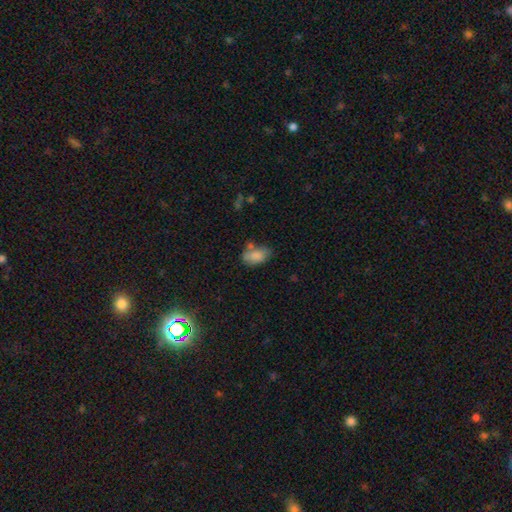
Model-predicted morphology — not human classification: This is clearly a smooth galaxy (81%). How rounded: clearly in between (90%). Merging: possibly none (50%).